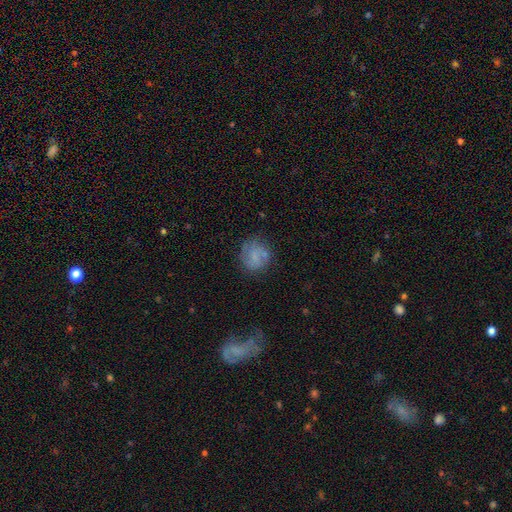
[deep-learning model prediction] Overall: smooth (56%; featured or disk 35%). How rounded: round (82%). Merging: none (65%).